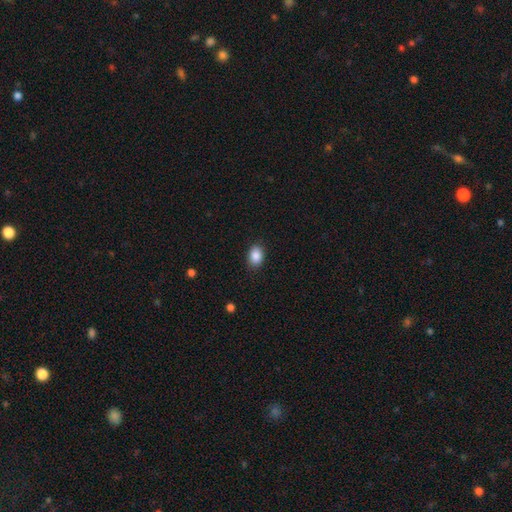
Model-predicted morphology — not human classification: The model was most divided on "how rounded": in between: 78%, round: 21%, cigar-shaped: 1%. More confident: smooth or featured — smooth (88%); merging — none (87%).